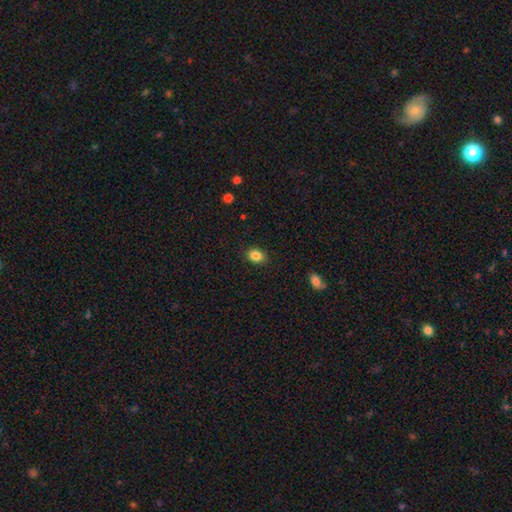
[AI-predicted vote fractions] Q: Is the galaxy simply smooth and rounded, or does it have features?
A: smooth — 86%.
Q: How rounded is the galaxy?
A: in between — 68%.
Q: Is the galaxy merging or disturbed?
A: none — 88%.